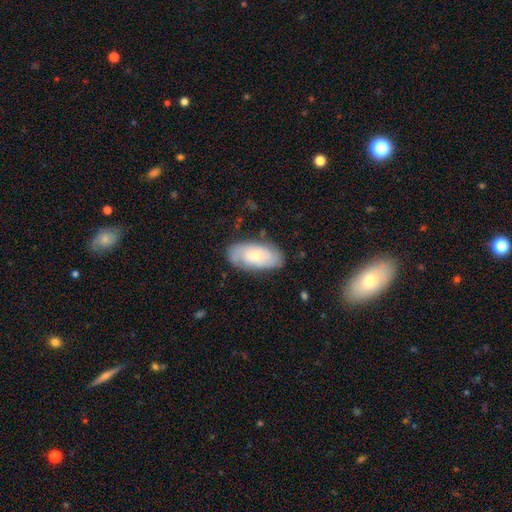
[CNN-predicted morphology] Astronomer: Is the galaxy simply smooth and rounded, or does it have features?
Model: smooth — 48% (runner-up: featured or disk, 46%).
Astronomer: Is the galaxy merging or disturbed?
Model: none — 75%.